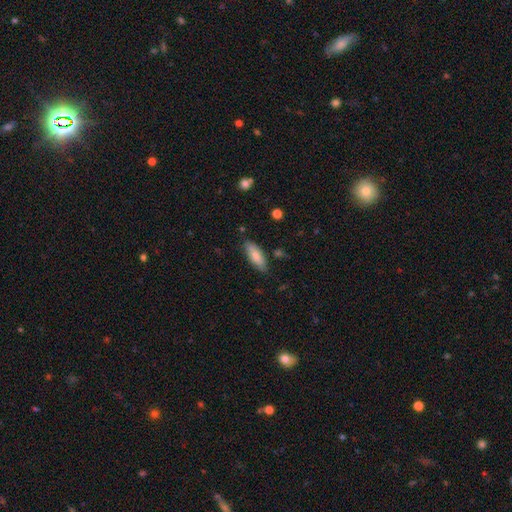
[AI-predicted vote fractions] Morphology: type=smooth (79%); roundness=in between (72%); merging=none (80%).